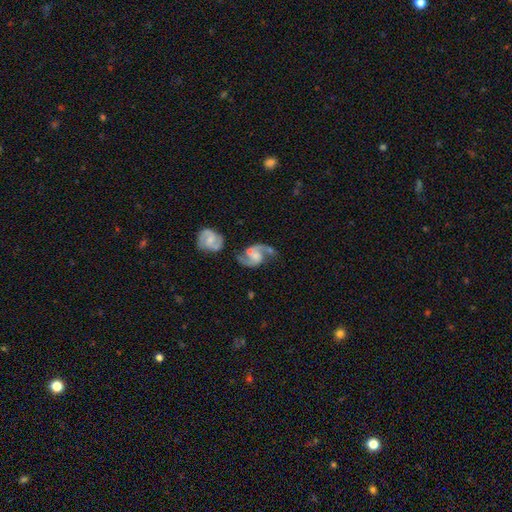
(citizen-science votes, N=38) Smooth or featured?
  - featured or disk: 89% *
  - smooth: 5%
  - star or artifact: 5%
Edge-on disk?
  - no: 100% *
  - yes: 0%
Bar?
  - no: 56% *
  - weak: 41%
  - strong: 3%
Spiral arms?
  - yes: 97% *
  - no: 3%
Spiral winding?
  - loose: 55% *
  - medium: 36%
  - tight: 9%
Spiral arm count?
  - 2: 100% *
  - 1: 0%
  - 3: 0%
  - 4: 0%
  - more than 4: 0%
  - can't tell: 0%
Bulge size?
  - small: 47% *
  - moderate: 35%
  - none: 12%
  - large: 6%
  - dominant: 0%
Merging?
  - none: 69% *
  - minor disturbance: 14%
  - merger: 14%
  - major disturbance: 3%